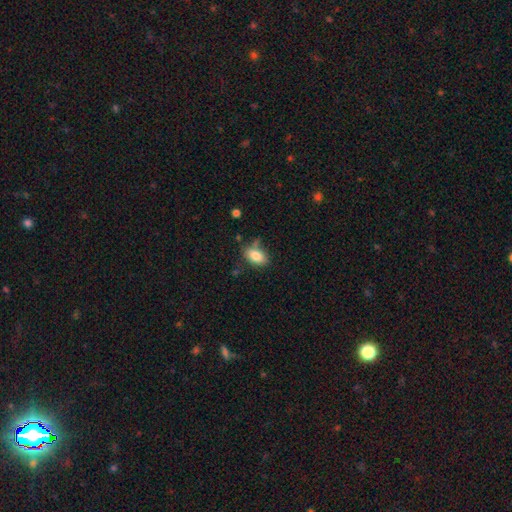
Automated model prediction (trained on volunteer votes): Morphology: type=smooth (84%); roundness=in between (89%); merging=none (67%).